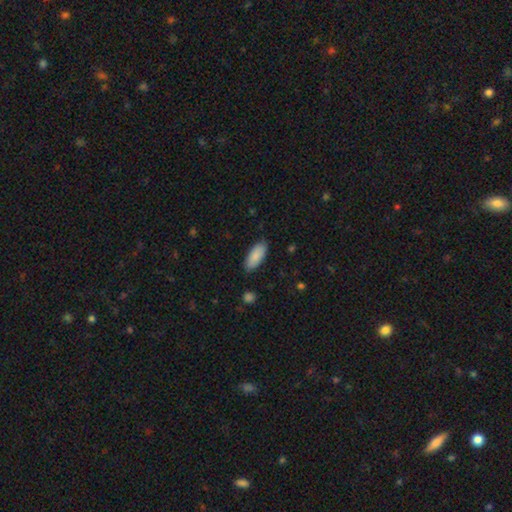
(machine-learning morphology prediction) Smooth or featured?
  - smooth: 88% *
  - featured or disk: 6%
  - star or artifact: 6%
How rounded?
  - in between: 86% *
  - cigar-shaped: 13%
  - round: 2%
Merging?
  - none: 85% *
  - minor disturbance: 12%
  - major disturbance: 2%
  - merger: 1%